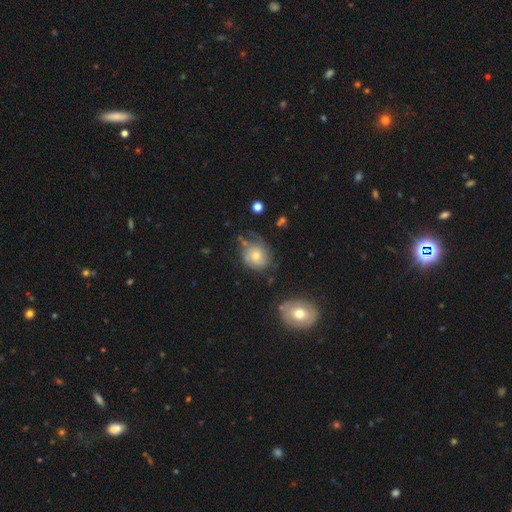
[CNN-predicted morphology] Smooth or featured: featured or disk — 49% (smooth — 41%)
Merging: none — 57% (minor disturbance — 26%)